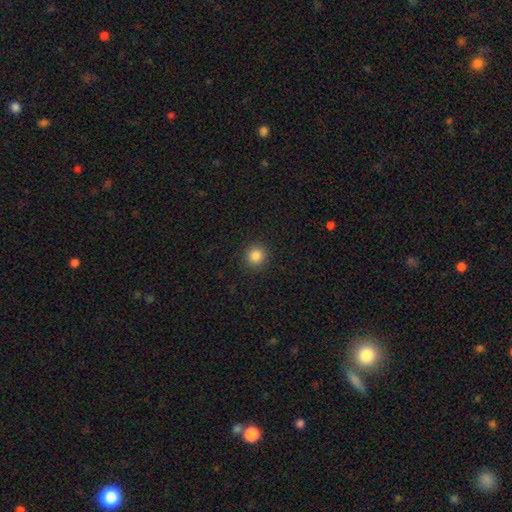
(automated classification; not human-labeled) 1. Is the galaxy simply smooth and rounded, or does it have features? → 85% smooth, 11% star or artifact, 4% featured or disk.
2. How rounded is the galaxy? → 92% round, 7% in between, 1% cigar-shaped.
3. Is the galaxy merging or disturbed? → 91% none, 6% minor disturbance, 2% major disturbance, 1% merger.